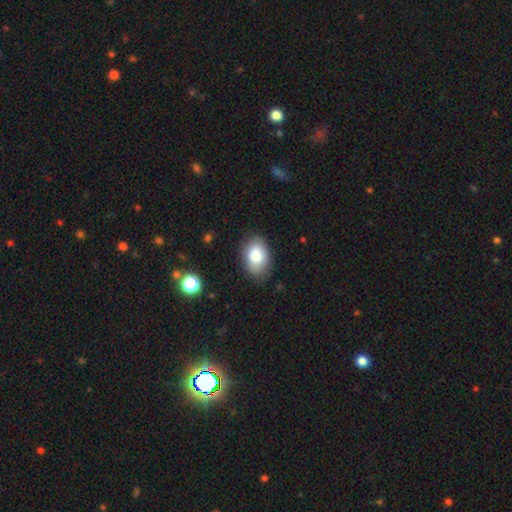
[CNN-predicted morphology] The model was most divided on "merging": none: 79%, minor disturbance: 16%, major disturbance: 4%, merger: 1%. More confident: how rounded — in between (87%); smooth or featured — smooth (82%).